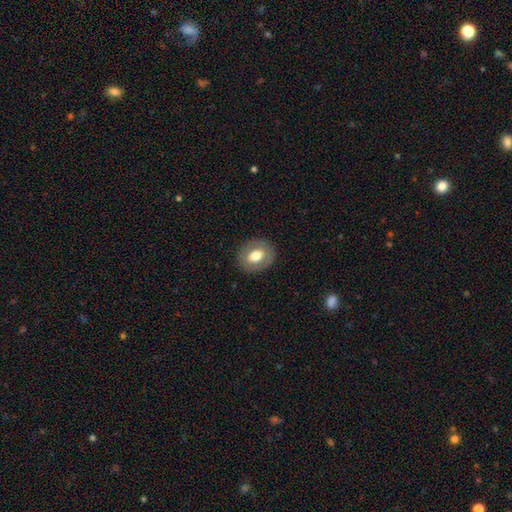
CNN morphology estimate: Q: Smooth or featured?
A: smooth (66%); runner-up: featured or disk (27%)
Q: How rounded?
A: round (59%); runner-up: in between (40%)
Q: Merging?
A: none (87%); runner-up: minor disturbance (9%)